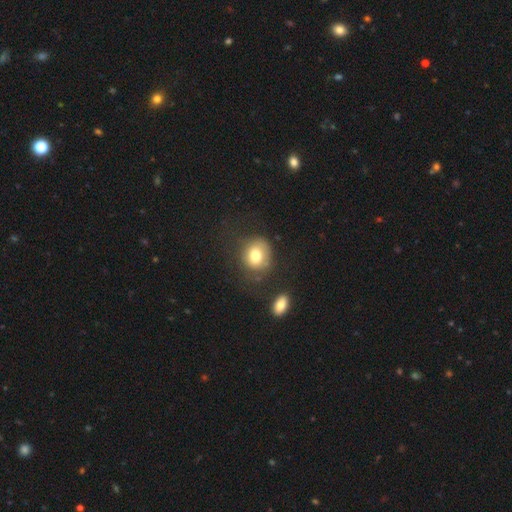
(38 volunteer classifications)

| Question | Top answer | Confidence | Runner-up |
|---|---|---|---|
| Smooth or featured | smooth | 84% | featured or disk (13%) |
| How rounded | round | 75% | in between (25%) |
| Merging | none | 68% | minor disturbance (19%) |